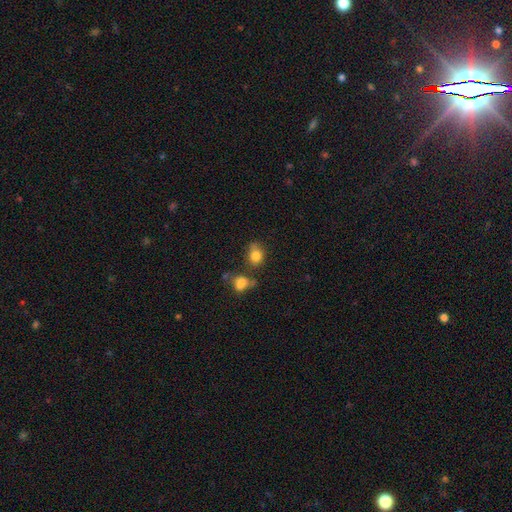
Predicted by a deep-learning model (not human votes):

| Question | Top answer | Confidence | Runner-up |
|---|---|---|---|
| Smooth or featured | smooth | 81% | star or artifact (10%) |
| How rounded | in between | 52% | round (47%) |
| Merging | none | 51% | minor disturbance (21%) |